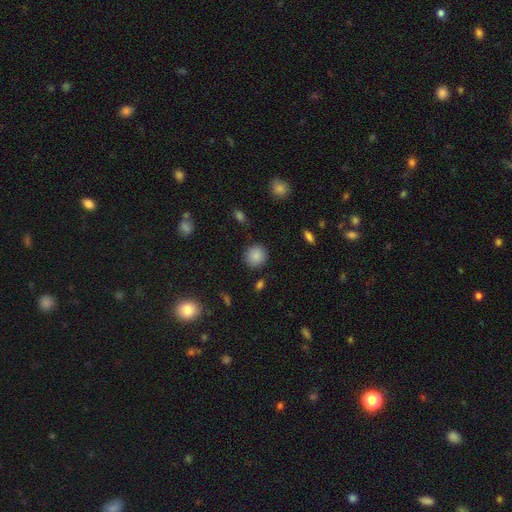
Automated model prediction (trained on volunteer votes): smooth_or_featured: smooth (p=0.86) [alt: star or artifact p=0.09]
how_rounded: round (p=0.91) [alt: in between p=0.08]
merging: none (p=0.88) [alt: minor disturbance p=0.08]